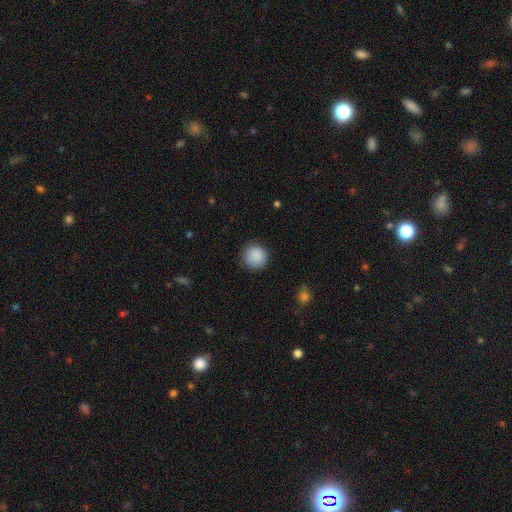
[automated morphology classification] The model was most divided on "merging": none: 87%, minor disturbance: 9%, major disturbance: 3%, merger: 1%. More confident: how rounded — round (94%); smooth or featured — smooth (89%).